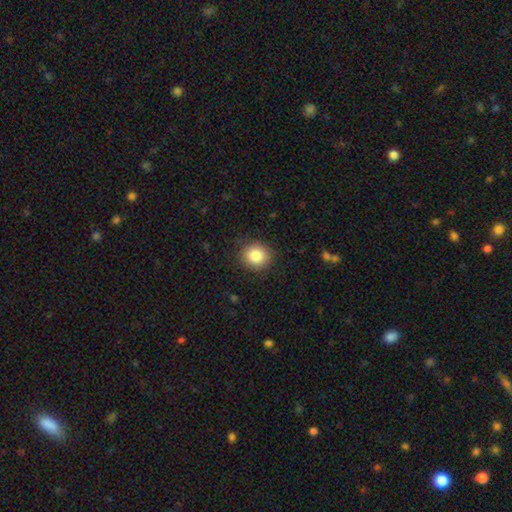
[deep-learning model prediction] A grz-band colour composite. It shows a smooth galaxy with no disk features (86%) that is round (84%). Merging: none (88%).